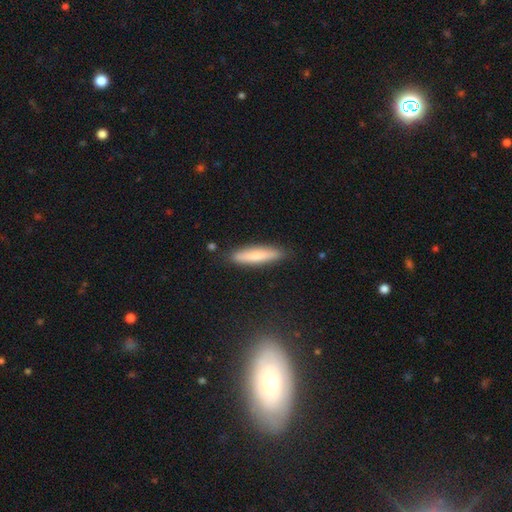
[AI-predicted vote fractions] Smooth or featured?
  - smooth: 71% *
  - featured or disk: 22%
  - star or artifact: 6%
How rounded?
  - cigar-shaped: 83% *
  - in between: 15%
  - round: 1%
Merging?
  - none: 86% *
  - minor disturbance: 10%
  - major disturbance: 2%
  - merger: 2%